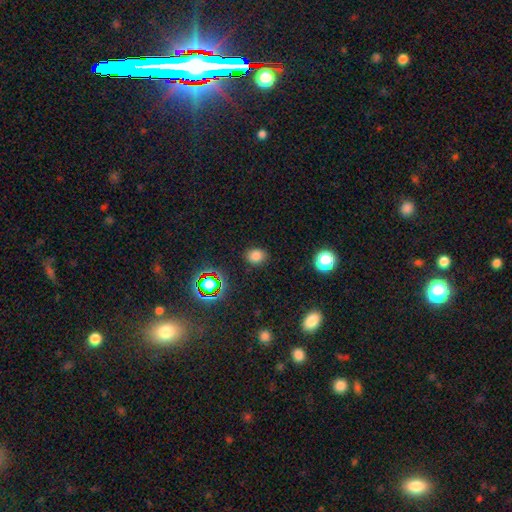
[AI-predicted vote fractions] Smooth or featured: smooth — 77% (star or artifact — 18%)
How rounded: round — 56% (in between — 43%)
Merging: none — 87% (minor disturbance — 9%)